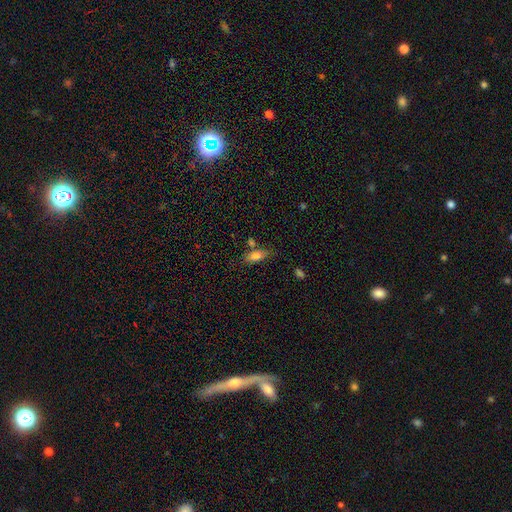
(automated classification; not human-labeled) smooth_or_featured: smooth (p=0.76) [alt: featured or disk p=0.16]
how_rounded: in between (p=0.73) [alt: cigar-shaped p=0.24]
merging: none (p=0.61) [alt: minor disturbance p=0.19]